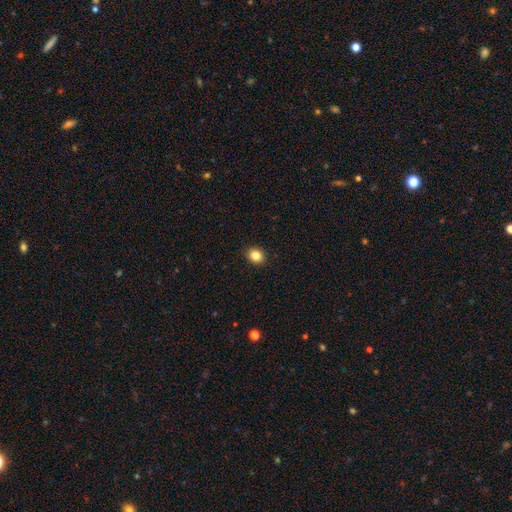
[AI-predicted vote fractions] Smooth or featured?
  - smooth: 85% *
  - star or artifact: 11%
  - featured or disk: 5%
How rounded?
  - round: 62% *
  - in between: 37%
  - cigar-shaped: 1%
Merging?
  - none: 92% *
  - minor disturbance: 6%
  - major disturbance: 2%
  - merger: 1%